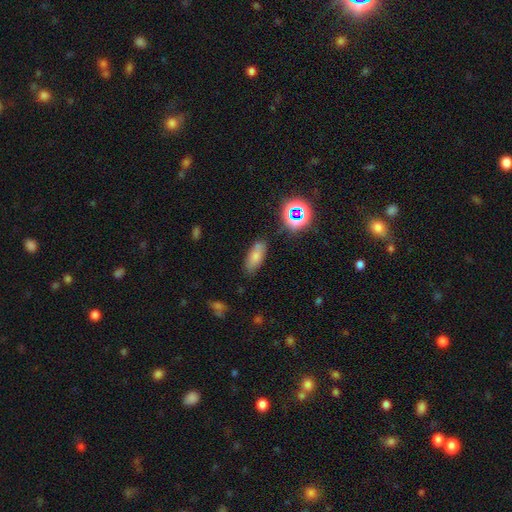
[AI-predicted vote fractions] A smooth galaxy with no disk features (73%) that is in between round and cigar-shaped (78%). Merging: none (73%).